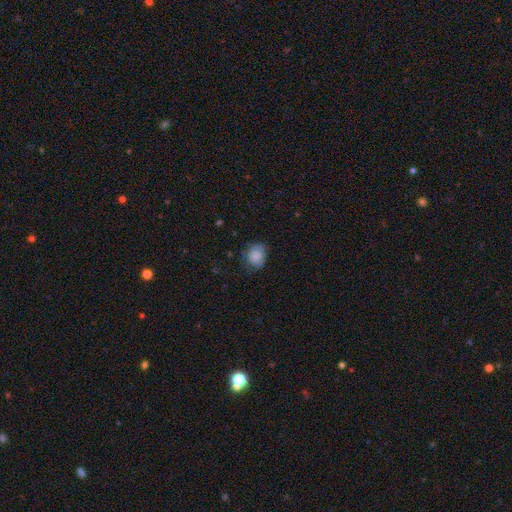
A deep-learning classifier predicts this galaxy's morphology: Overall: smooth (85%). How rounded: round (62%; in between 37%). Merging: none (67%).